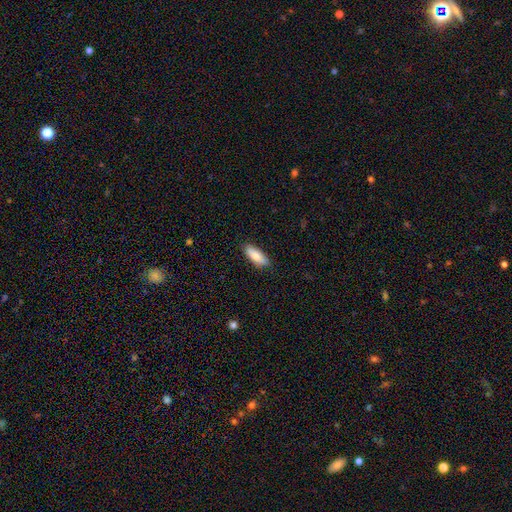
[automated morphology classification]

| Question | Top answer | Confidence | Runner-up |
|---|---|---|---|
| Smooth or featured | smooth | 86% | featured or disk (8%) |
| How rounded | in between | 71% | cigar-shaped (27%) |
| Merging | none | 86% | minor disturbance (11%) |